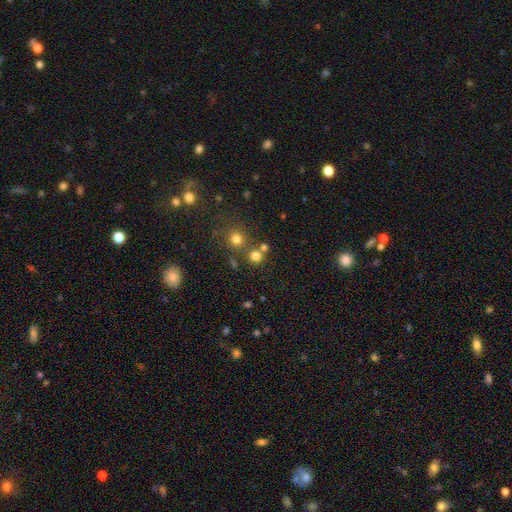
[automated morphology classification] Smooth or featured?
  - smooth: 75% *
  - star or artifact: 18%
  - featured or disk: 7%
How rounded?
  - round: 90% *
  - in between: 9%
  - cigar-shaped: 1%
Merging?
  - none: 68% *
  - merger: 22%
  - minor disturbance: 7%
  - major disturbance: 3%